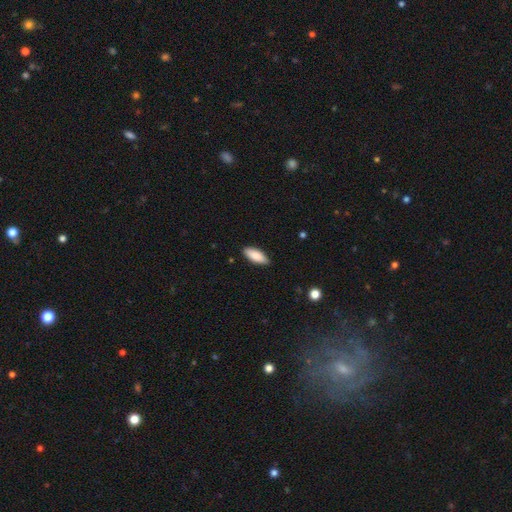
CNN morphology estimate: Smooth or featured: smooth — 85% (featured or disk — 9%)
How rounded: in between — 79% (cigar-shaped — 19%)
Merging: none — 88% (minor disturbance — 10%)